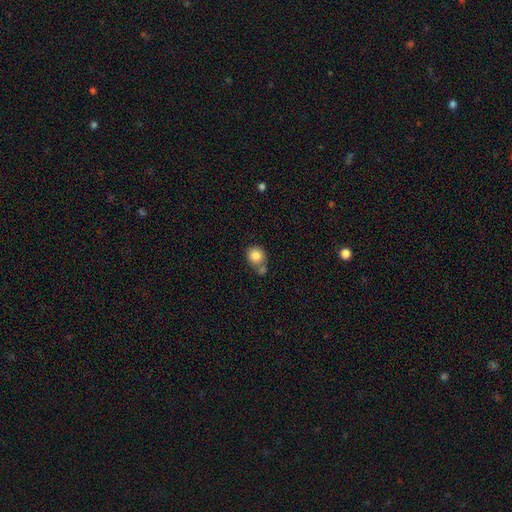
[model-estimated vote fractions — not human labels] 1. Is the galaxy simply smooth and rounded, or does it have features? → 84% smooth, 9% star or artifact, 7% featured or disk.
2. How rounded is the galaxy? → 82% round, 17% in between, 1% cigar-shaped.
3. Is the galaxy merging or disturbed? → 50% none, 31% merger, 14% minor disturbance, 5% major disturbance.